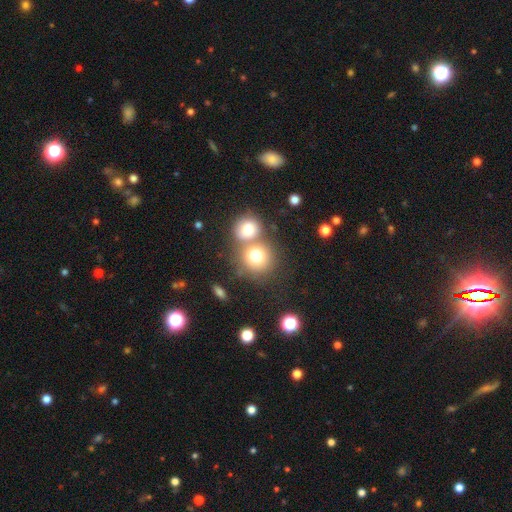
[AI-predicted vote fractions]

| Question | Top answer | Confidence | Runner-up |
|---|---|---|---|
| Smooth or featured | smooth | 75% | featured or disk (14%) |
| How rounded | round | 86% | in between (13%) |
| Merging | merger | 46% | none (42%) |